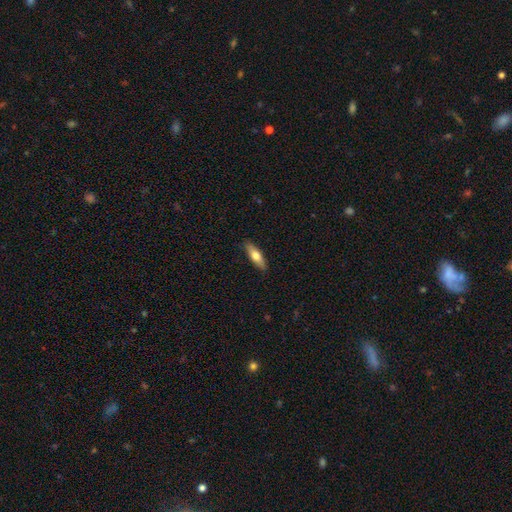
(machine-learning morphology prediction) This is likely a smooth galaxy (63%). How rounded: possibly cigar-shaped (50%). Merging: clearly none (88%).